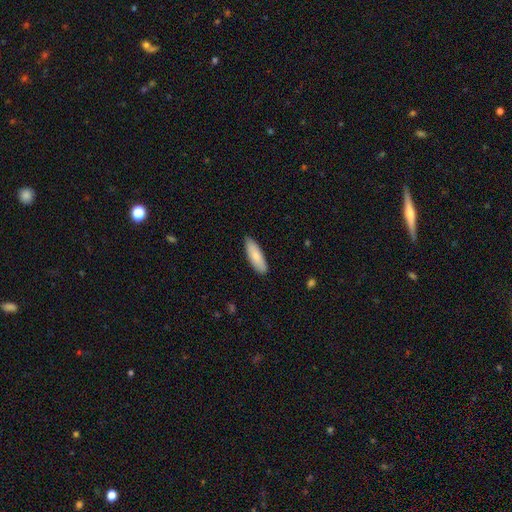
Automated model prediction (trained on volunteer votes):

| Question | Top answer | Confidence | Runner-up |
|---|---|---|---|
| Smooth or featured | smooth | 79% | featured or disk (15%) |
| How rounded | in between | 58% | cigar-shaped (40%) |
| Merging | none | 86% | minor disturbance (11%) |